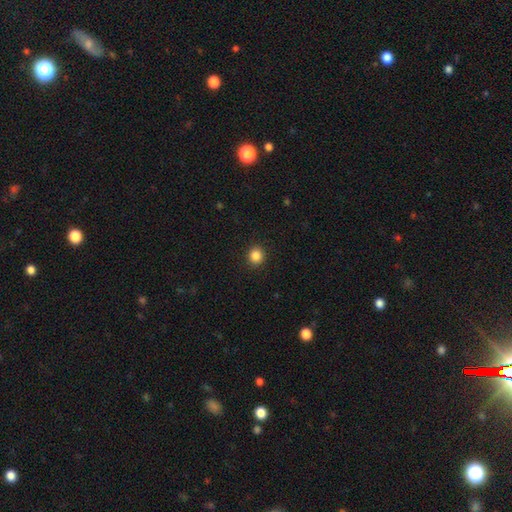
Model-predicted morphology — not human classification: smooth 86%, star or artifact 11%, featured or disk 3%. Down the decision tree: how rounded — round (88%); merging — none (92%).